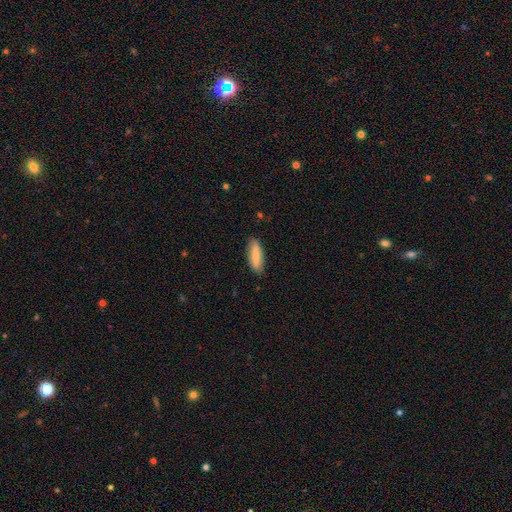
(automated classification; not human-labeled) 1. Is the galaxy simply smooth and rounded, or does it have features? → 76% smooth, 18% featured or disk, 6% star or artifact.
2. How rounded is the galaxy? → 55% in between, 43% cigar-shaped, 2% round.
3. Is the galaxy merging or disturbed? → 86% none, 11% minor disturbance, 2% major disturbance, 1% merger.